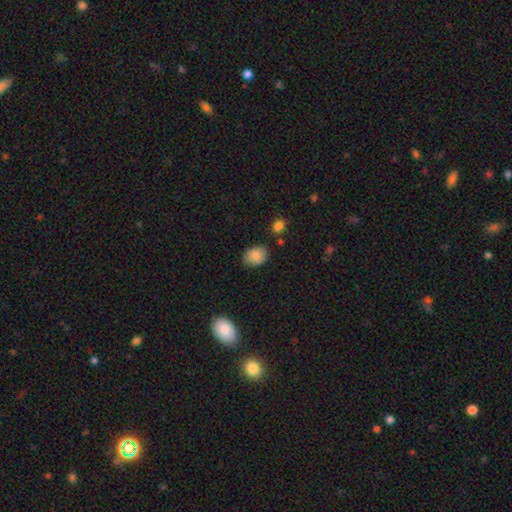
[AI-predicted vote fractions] A smooth galaxy with no disk features (86%) that is in between round and cigar-shaped (66%). Merging: none (78%).